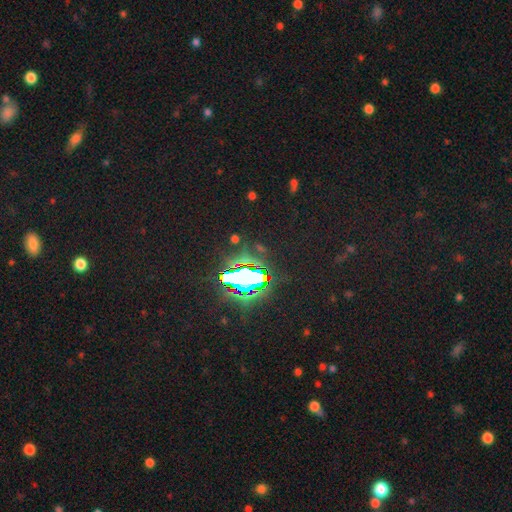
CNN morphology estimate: This appears to be a star or artifact, not a galaxy (77%).